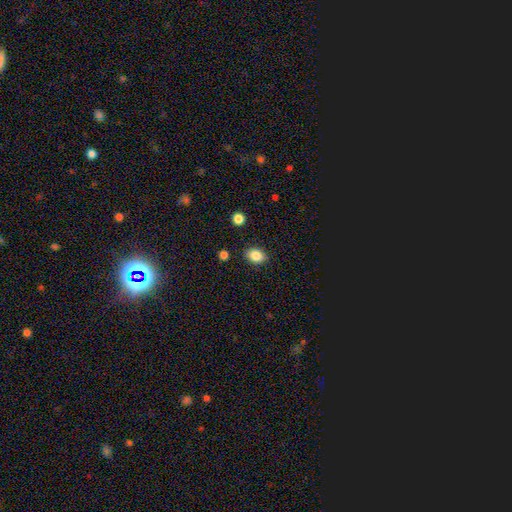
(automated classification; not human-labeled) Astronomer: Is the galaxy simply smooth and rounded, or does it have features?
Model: smooth — 85%.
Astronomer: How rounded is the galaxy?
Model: in between — 72%.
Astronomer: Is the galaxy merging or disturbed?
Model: none — 86%.